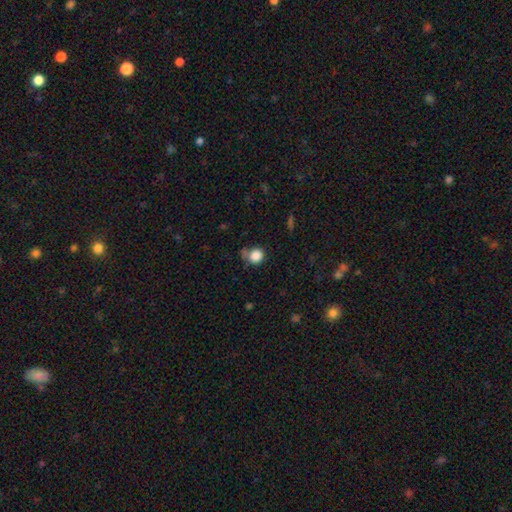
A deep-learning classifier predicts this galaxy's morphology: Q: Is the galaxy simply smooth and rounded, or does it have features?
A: smooth — 85%.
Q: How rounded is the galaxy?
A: round — 82%.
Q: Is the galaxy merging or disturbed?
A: none — 55%.